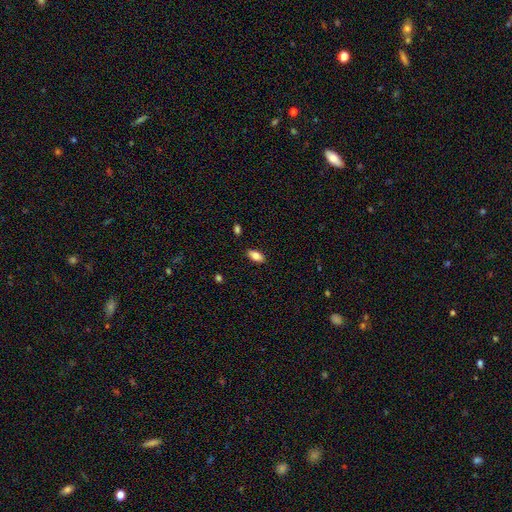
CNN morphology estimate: This is clearly a smooth galaxy (80%). How rounded: clearly in between (88%). Merging: clearly none (87%).